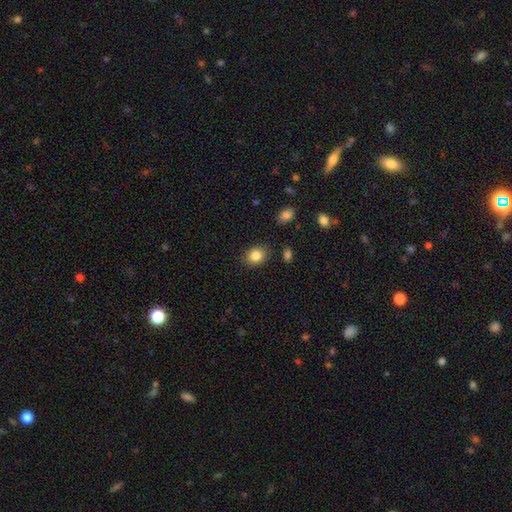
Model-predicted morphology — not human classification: Overall: smooth (85%). How rounded: in between (53%; round 46%). Merging: none (85%).